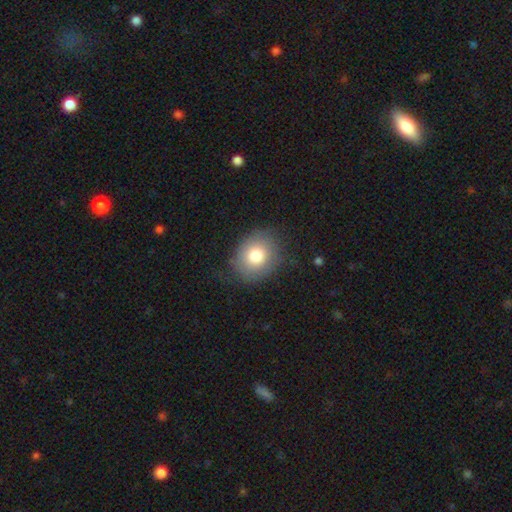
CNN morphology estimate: The model was most divided on "how rounded": round: 67%, in between: 32%, cigar-shaped: 1%. More confident: smooth or featured — smooth (77%); merging — none (74%).